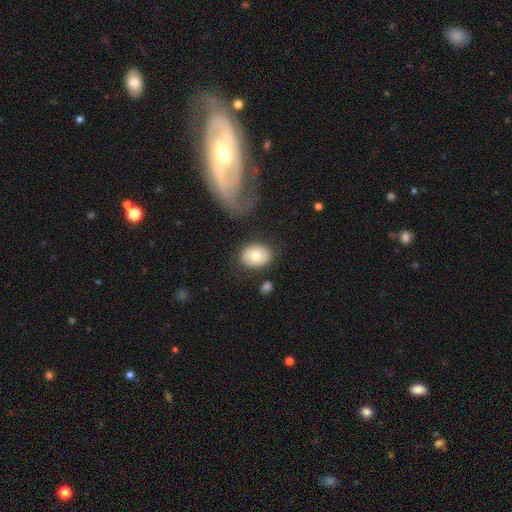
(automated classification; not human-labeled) Overall: smooth (69%). How rounded: in between (55%; round 44%). Merging: none (81%).